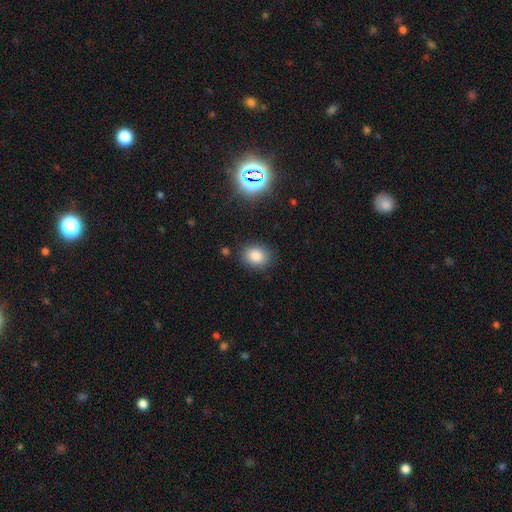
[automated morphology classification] A smooth galaxy with no disk features (83%) that is in between round and cigar-shaped (55%). Merging: none (85%).